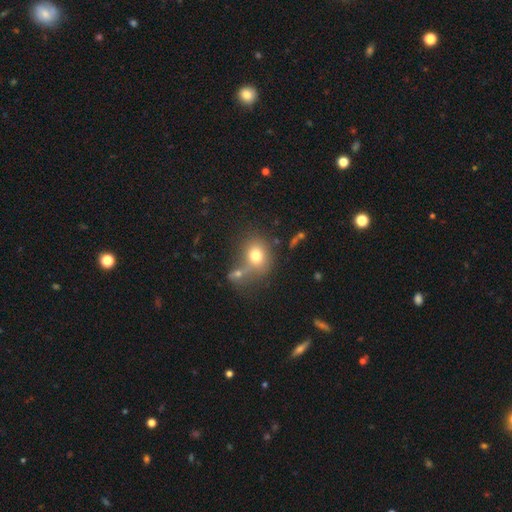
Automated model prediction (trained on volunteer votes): smooth-or-featured: smooth: 74% | featured or disk: 14% | star or artifact: 12%
  how-rounded: round: 65% | in between: 34% | cigar-shaped: 1%
  merging: none: 47% | merger: 32% | minor disturbance: 13% | major disturbance: 8%